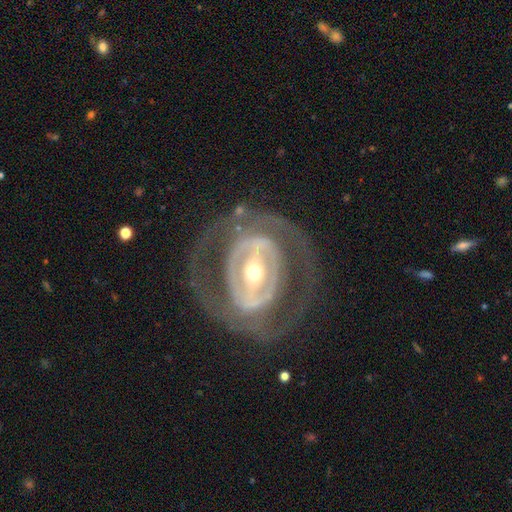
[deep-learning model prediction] Smooth or featured? Predicted: featured or disk (p=0.83). Edge-on disk? Predicted: no (p=0.94). Bar? Predicted: strong (p=0.52). Spiral arms? Predicted: yes (p=0.58). Bulge size? Predicted: moderate (p=0.59). Merging? Predicted: none (p=0.61).